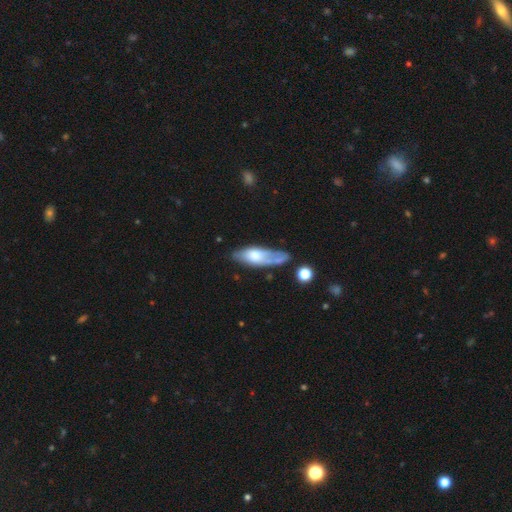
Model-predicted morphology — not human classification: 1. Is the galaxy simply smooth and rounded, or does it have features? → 50% smooth, 43% featured or disk, 6% star or artifact.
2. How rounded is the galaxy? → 65% in between, 32% cigar-shaped, 3% round.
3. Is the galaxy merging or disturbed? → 45% none, 29% minor disturbance, 18% major disturbance, 8% merger.